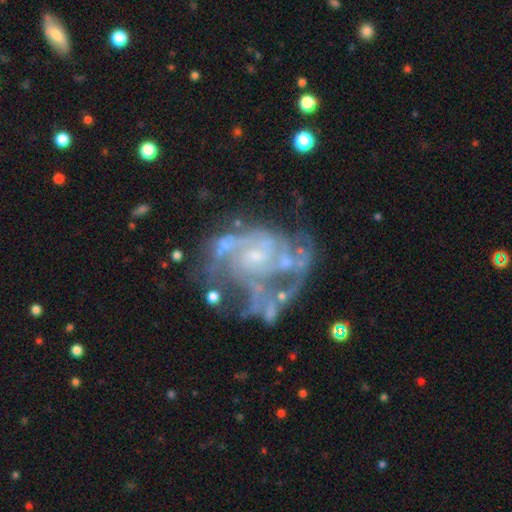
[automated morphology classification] featured or disk 85%, star or artifact 8%, smooth 7%. Down the decision tree: edge-on disk — no (98%); bar — no (67%); spiral arms — yes (84%); spiral arm count — can't tell (31%); spiral winding — medium (43%); bulge size — small (60%); merging — none (42%).